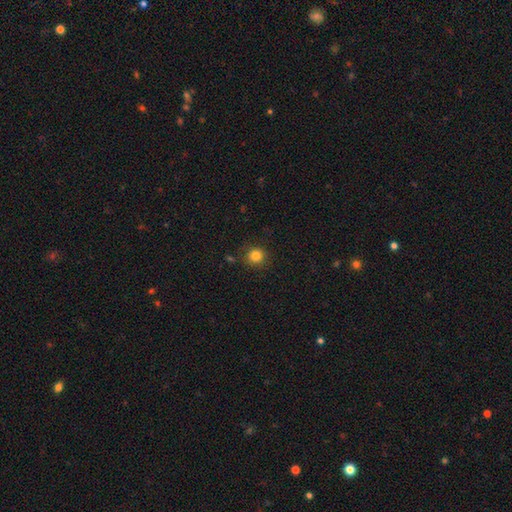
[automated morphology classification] This appears to be a smooth galaxy with no disk features (83%) that is round (91%). Merging: none (86%).